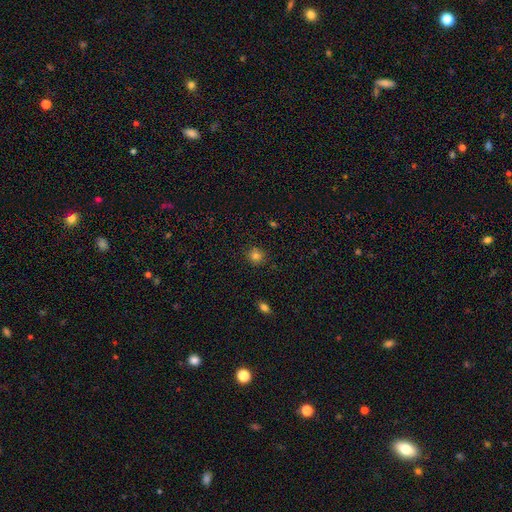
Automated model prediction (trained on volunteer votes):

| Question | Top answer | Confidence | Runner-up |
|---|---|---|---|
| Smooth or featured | smooth | 81% | star or artifact (13%) |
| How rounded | round | 89% | in between (10%) |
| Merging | none | 87% | minor disturbance (9%) |